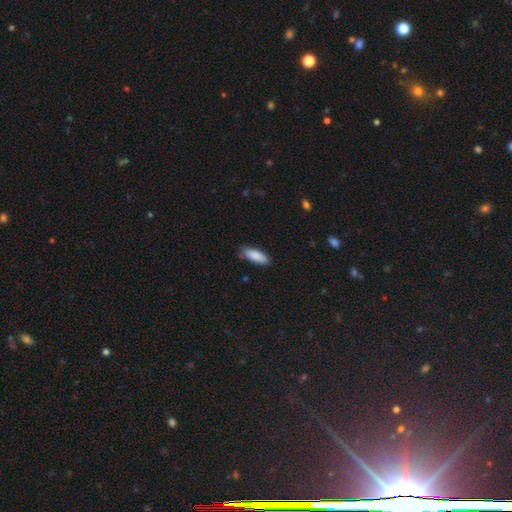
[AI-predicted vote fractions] This is clearly a smooth galaxy (88%). How rounded: likely in between (61%). Merging: clearly none (81%).